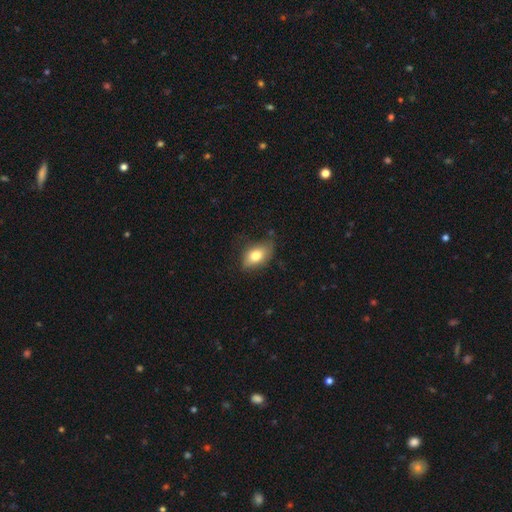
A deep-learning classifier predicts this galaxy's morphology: This is likely a smooth galaxy (76%). How rounded: clearly in between (87%). Merging: likely none (67%).